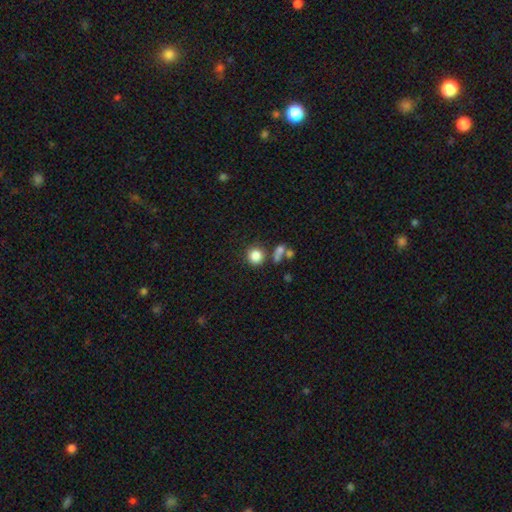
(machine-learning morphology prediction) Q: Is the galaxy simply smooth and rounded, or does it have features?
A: smooth — 83%.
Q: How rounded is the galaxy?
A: round — 90%.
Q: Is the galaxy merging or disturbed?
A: none — 72%.